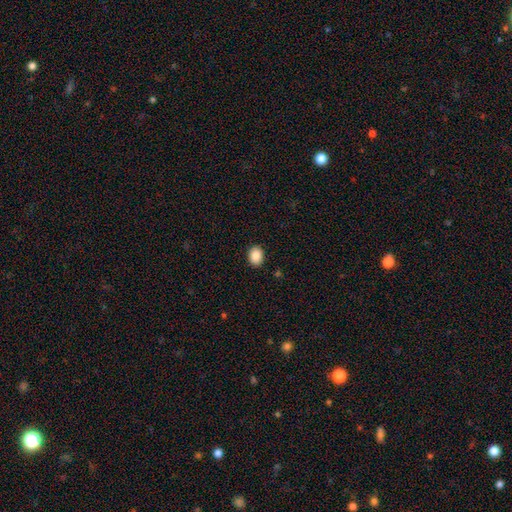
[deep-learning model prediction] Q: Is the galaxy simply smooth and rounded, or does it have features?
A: smooth — 89%.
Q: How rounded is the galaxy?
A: in between — 55%.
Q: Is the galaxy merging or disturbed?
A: none — 90%.